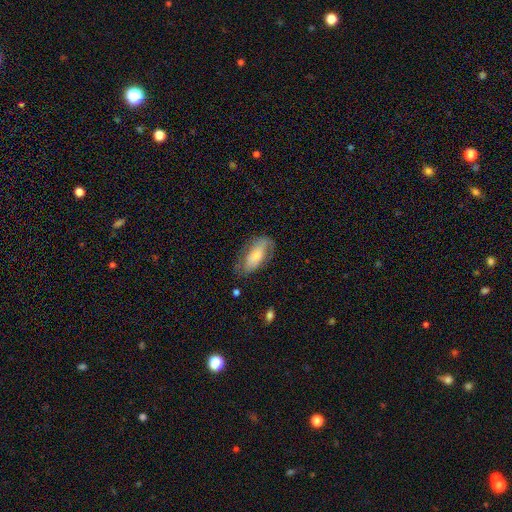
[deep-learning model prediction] Overall: smooth (55%; featured or disk 39%). How rounded: in between (87%). Merging: none (62%; minor disturbance 24%).